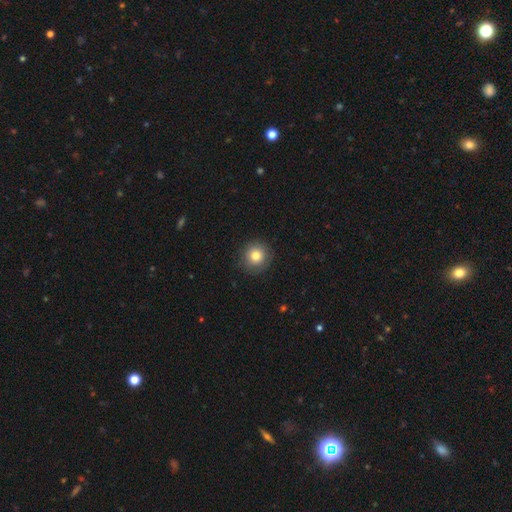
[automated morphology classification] type=smooth (82%); roundness=round (94%); merging=none (88%).